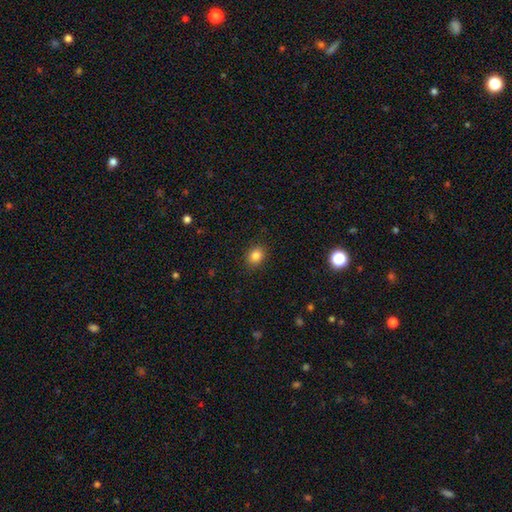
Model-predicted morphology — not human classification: Smooth or featured?
  - smooth: 83% *
  - star or artifact: 11%
  - featured or disk: 6%
How rounded?
  - round: 61% *
  - in between: 38%
  - cigar-shaped: 1%
Merging?
  - none: 89% *
  - minor disturbance: 8%
  - major disturbance: 2%
  - merger: 1%